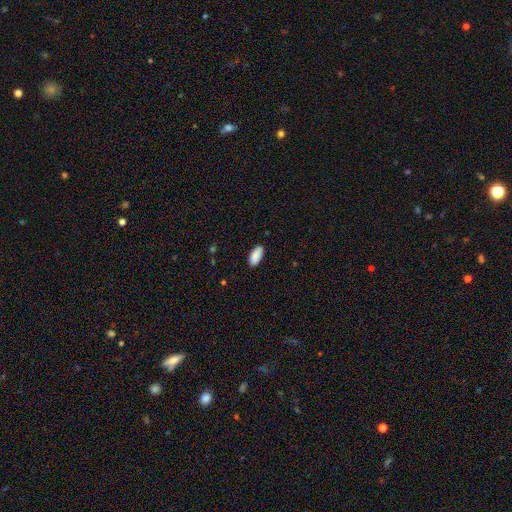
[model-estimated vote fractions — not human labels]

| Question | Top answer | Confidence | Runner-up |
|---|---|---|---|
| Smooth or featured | smooth | 90% | star or artifact (6%) |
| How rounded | in between | 89% | cigar-shaped (9%) |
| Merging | none | 88% | minor disturbance (10%) |